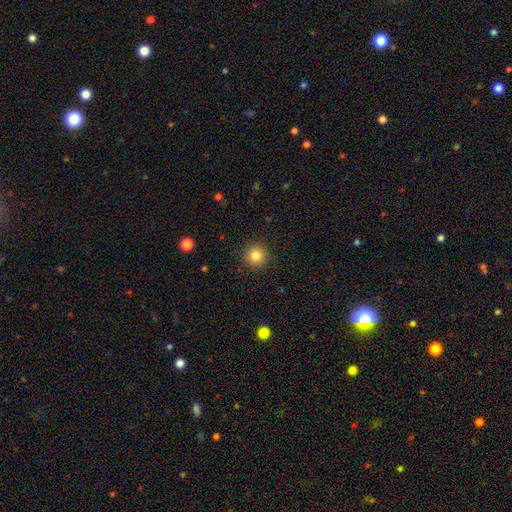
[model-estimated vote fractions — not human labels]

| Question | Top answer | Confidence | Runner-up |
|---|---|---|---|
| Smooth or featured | smooth | 83% | star or artifact (11%) |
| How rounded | round | 95% | in between (4%) |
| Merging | none | 92% | minor disturbance (6%) |